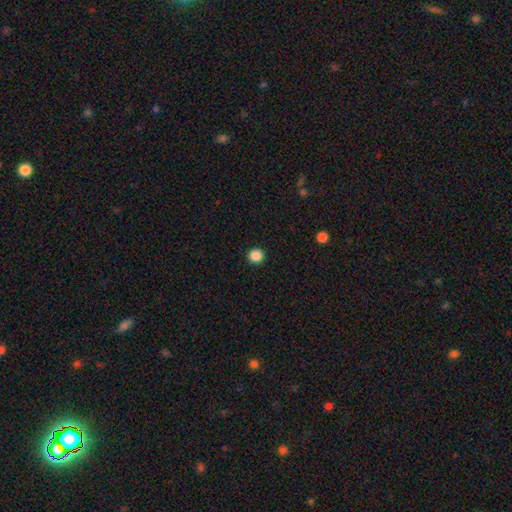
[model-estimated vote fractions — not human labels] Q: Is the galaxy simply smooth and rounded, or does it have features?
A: smooth — 87%.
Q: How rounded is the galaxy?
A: round — 96%.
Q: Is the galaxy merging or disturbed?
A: none — 94%.